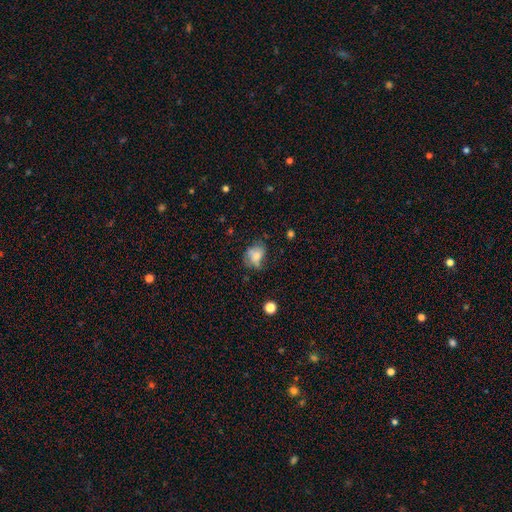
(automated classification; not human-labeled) Smooth or featured? smooth (65%)
How rounded? in between (62%)
Merging? none (45%)